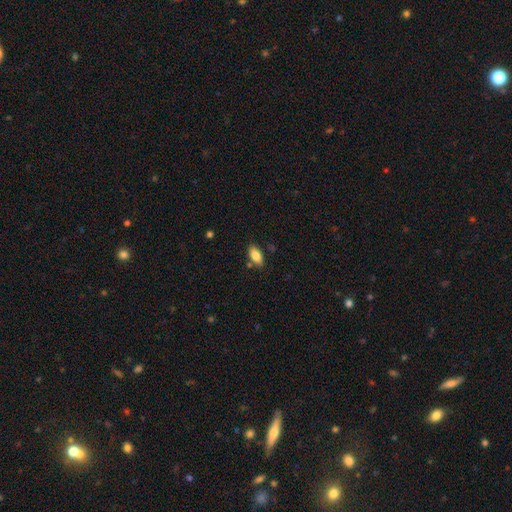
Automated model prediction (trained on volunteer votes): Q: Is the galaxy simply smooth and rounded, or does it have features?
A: smooth — 82%.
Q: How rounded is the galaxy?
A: in between — 90%.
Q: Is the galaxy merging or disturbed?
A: none — 81%.